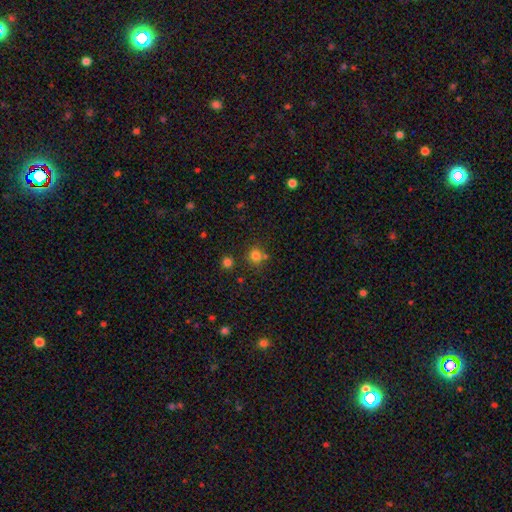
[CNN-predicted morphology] The model was most divided on "merging": none: 71%, merger: 16%, minor disturbance: 10%, major disturbance: 3%. More confident: how rounded — round (88%); smooth or featured — smooth (78%).